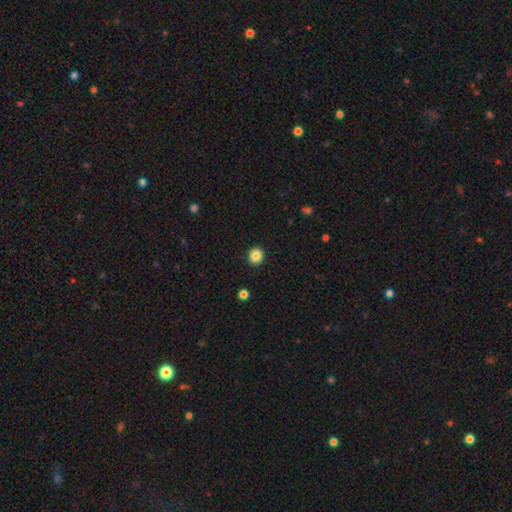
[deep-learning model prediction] This appears to be a smooth galaxy with no disk features (85%) that is round (89%). Merging: none (93%).